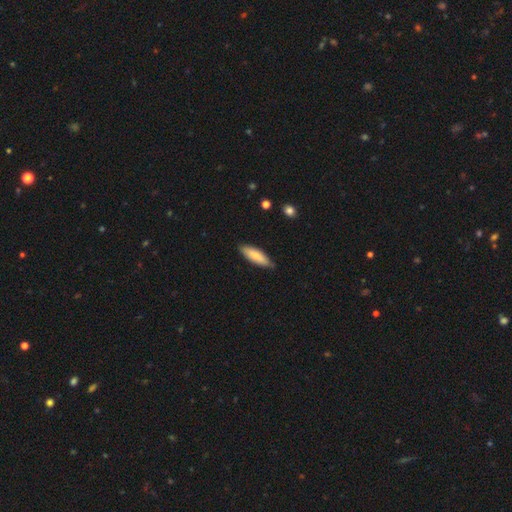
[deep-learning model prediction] Morphology: type=smooth (72%); roundness=cigar-shaped (50%); merging=none (82%).